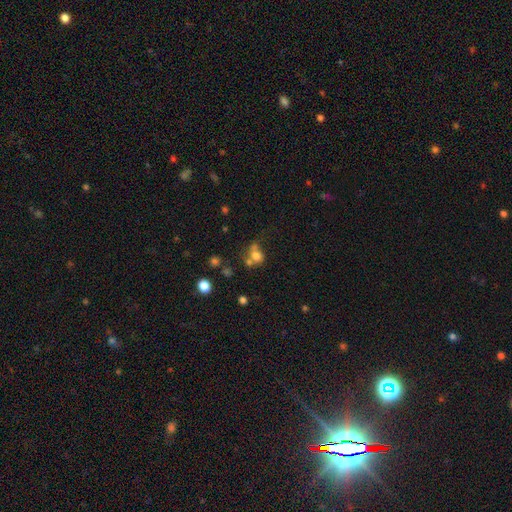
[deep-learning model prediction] smooth_or_featured: smooth (p=0.70) [alt: star or artifact p=0.15]
how_rounded: round (p=0.61) [alt: in between p=0.38]
merging: merger (p=0.39) [alt: none p=0.34]